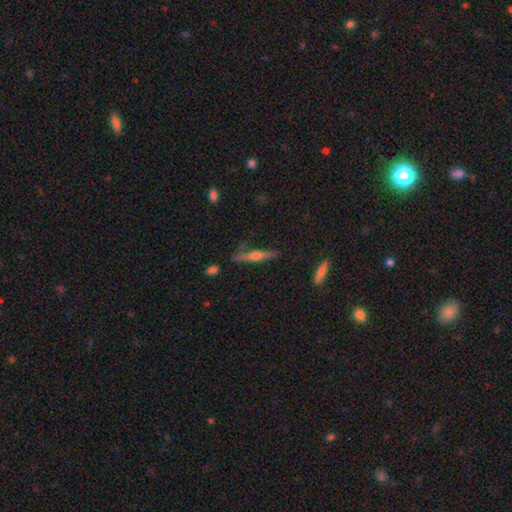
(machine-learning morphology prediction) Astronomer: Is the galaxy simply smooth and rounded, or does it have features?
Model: featured or disk — 61%.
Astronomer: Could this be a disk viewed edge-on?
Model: yes — 96%.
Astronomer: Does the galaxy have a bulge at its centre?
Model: rounded — 88%.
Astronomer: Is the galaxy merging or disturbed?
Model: none — 79%.